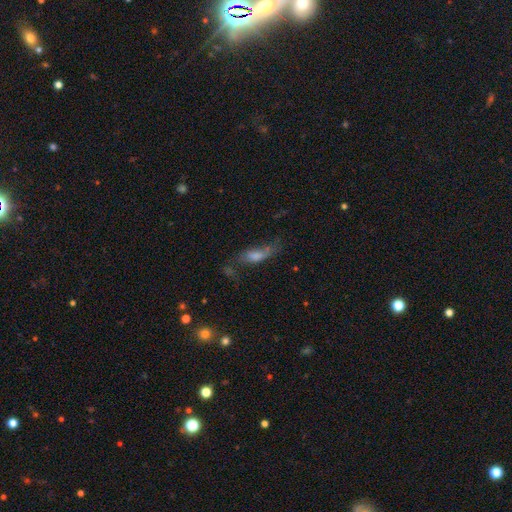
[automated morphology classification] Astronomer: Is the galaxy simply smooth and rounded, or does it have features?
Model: featured or disk — 43% (runner-up: smooth, 42%).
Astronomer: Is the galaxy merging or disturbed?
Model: none — 43% (runner-up: major disturbance, 26%).